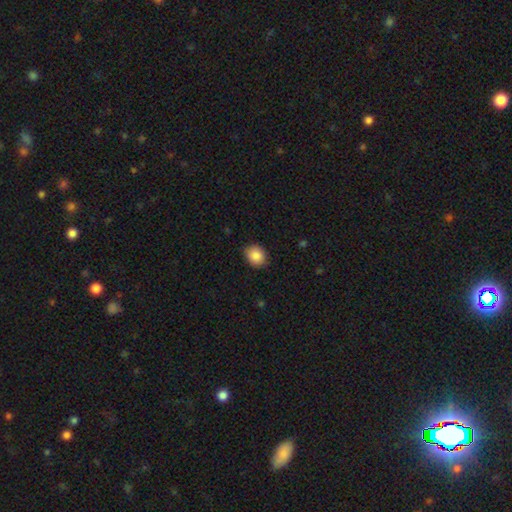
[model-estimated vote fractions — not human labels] smooth_or_featured: smooth (p=0.87) [alt: star or artifact p=0.08]
how_rounded: round (p=0.58) [alt: in between p=0.41]
merging: none (p=0.82) [alt: minor disturbance p=0.15]